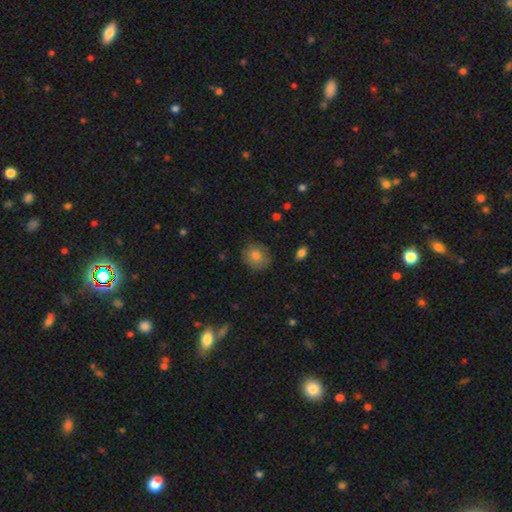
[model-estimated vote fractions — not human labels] This appears to be a smooth galaxy with no disk features (75%) that is round (79%). Merging: none (80%).